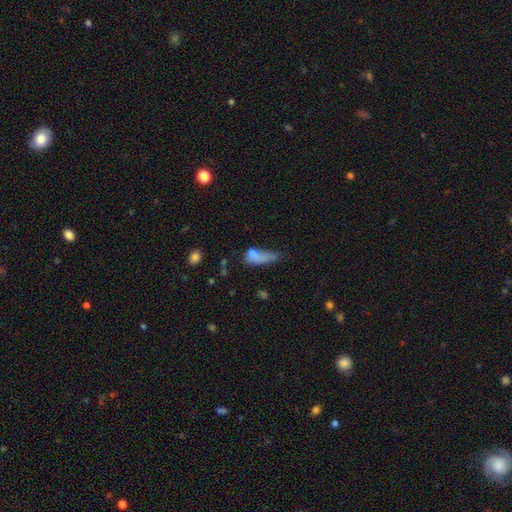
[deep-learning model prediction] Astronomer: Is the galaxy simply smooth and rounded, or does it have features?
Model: smooth — 71%.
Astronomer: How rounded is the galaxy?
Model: in between — 72%.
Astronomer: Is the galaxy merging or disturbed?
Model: major disturbance — 44% (runner-up: minor disturbance, 23%).